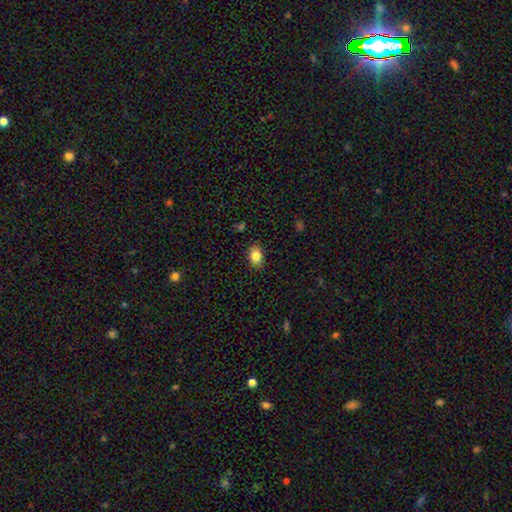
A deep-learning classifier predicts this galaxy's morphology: type=smooth (84%); roundness=in between (76%); merging=none (86%).